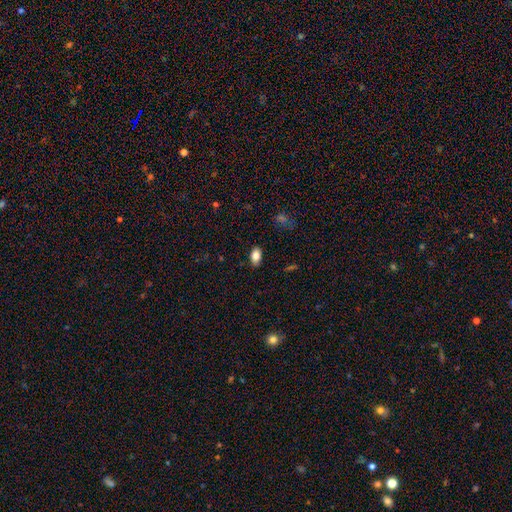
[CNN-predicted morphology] Overall: smooth (84%). How rounded: in between (89%). Merging: none (85%).